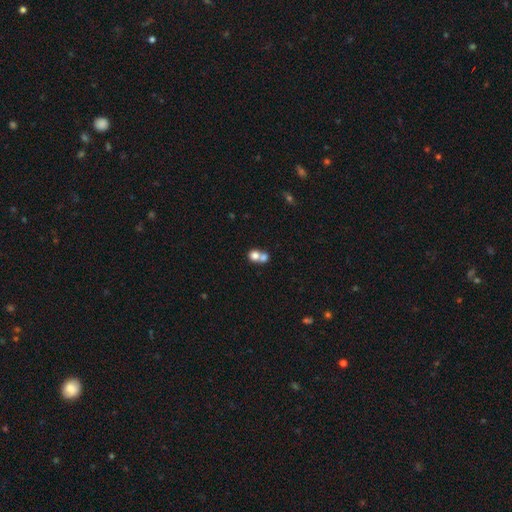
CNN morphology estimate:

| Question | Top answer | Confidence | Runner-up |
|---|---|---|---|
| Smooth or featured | smooth | 75% | featured or disk (15%) |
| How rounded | round | 73% | in between (26%) |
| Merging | merger | 63% | none (29%) |